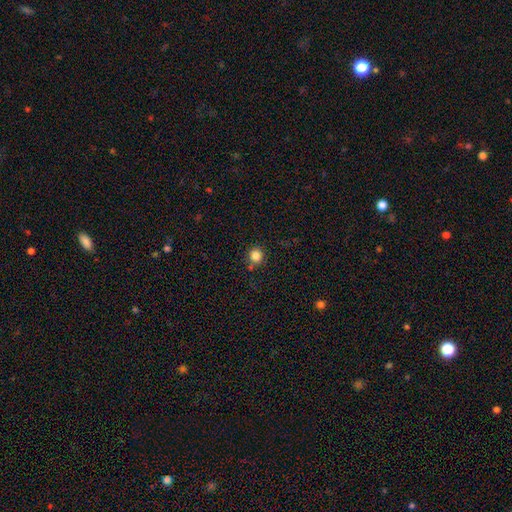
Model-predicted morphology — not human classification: Smooth or featured? smooth (84%)
How rounded? round (92%)
Merging? none (79%)